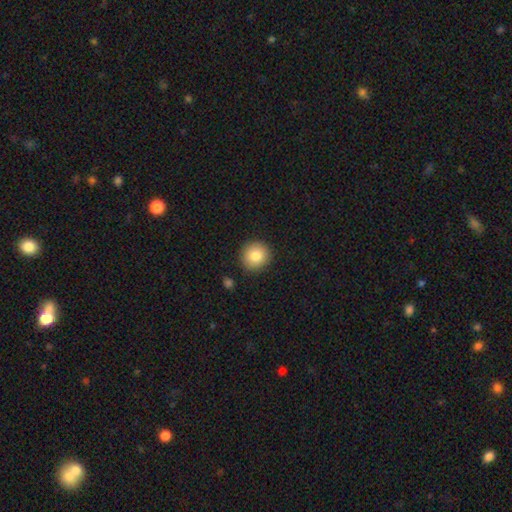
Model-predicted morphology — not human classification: Q: Smooth or featured?
A: smooth (82%); runner-up: star or artifact (9%)
Q: How rounded?
A: round (93%); runner-up: in between (6%)
Q: Merging?
A: none (90%); runner-up: minor disturbance (6%)